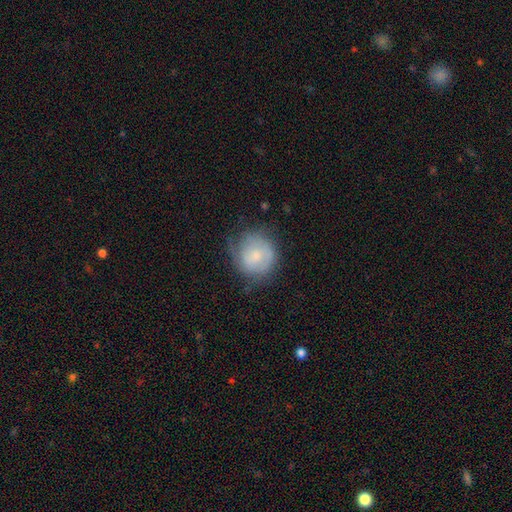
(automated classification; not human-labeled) A smooth galaxy with no disk features (54%) that is round (87%). Merging: none (57%).